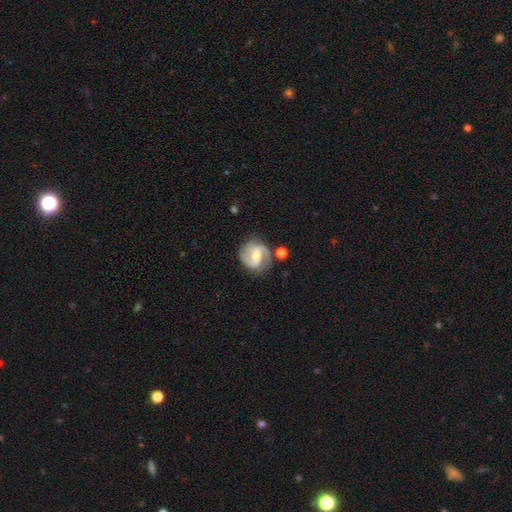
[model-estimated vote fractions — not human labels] featured or disk 83%, smooth 11%, star or artifact 6%. Down the decision tree: edge-on disk — no (98%); bar — weak (46%); spiral arms — yes (96%); spiral arm count — 2 (77%); spiral winding — medium (51%); bulge size — moderate (49%); merging — none (72%).